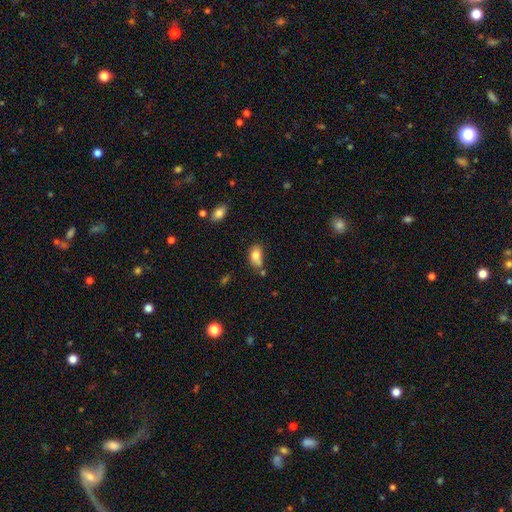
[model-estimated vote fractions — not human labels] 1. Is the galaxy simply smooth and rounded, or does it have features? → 80% smooth, 11% featured or disk, 9% star or artifact.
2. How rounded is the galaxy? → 86% in between, 11% round, 2% cigar-shaped.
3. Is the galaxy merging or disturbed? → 47% none, 27% minor disturbance, 18% merger, 8% major disturbance.